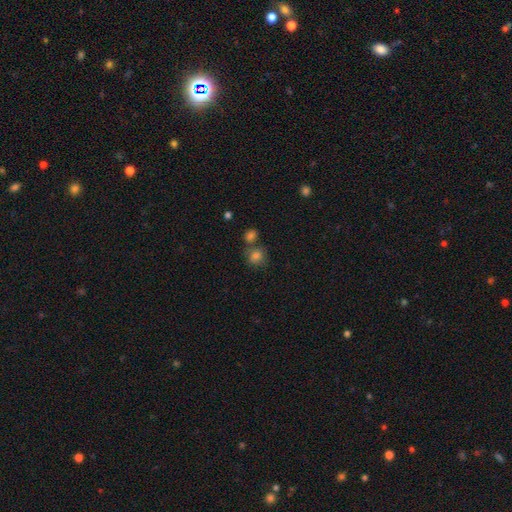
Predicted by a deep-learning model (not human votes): Overall: smooth (79%). How rounded: round (76%). Merging: none (55%; merger 29%).